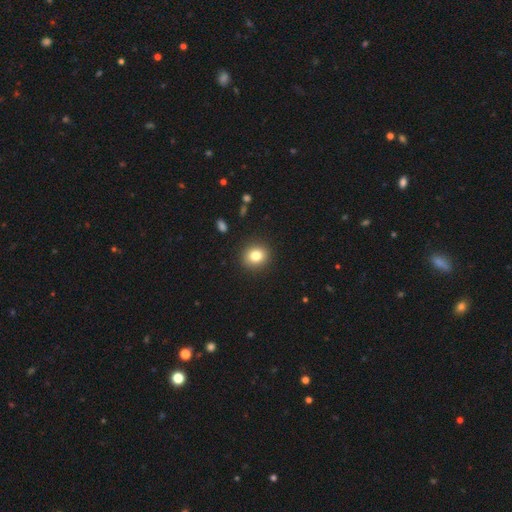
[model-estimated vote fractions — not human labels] Smooth or featured: smooth — 81% (star or artifact — 11%)
How rounded: round — 77% (in between — 22%)
Merging: none — 91% (minor disturbance — 6%)